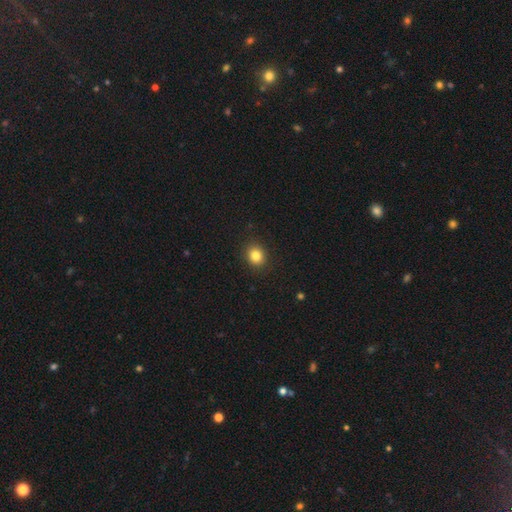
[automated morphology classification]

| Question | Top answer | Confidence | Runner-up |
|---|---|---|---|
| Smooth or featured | smooth | 83% | star or artifact (11%) |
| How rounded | round | 76% | in between (23%) |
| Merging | none | 90% | minor disturbance (7%) |